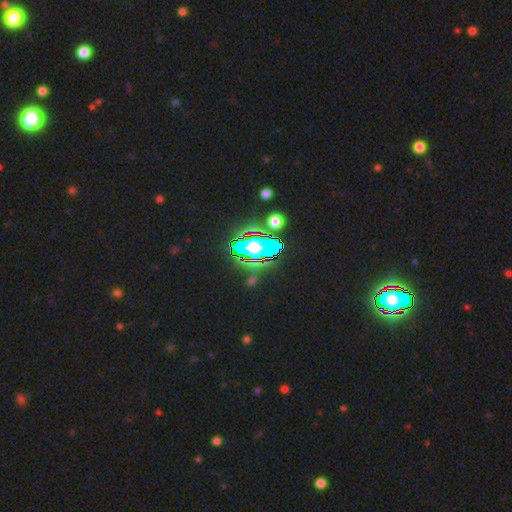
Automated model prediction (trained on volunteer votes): Smooth or featured? Predicted: star or artifact (p=0.83).